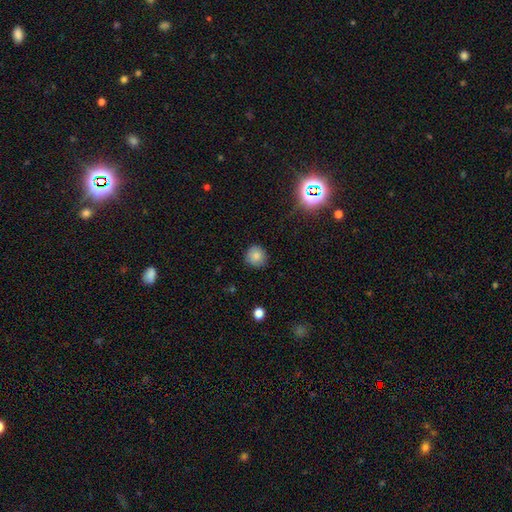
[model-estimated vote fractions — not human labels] A smooth galaxy with no disk features (81%) that is round (90%).

Vote fractions:
- Smooth or featured? smooth: 81% / star or artifact: 13% / featured or disk: 7%
- How rounded? round: 90% / in between: 9% / cigar-shaped: 1%
- Merging? none: 83% / minor disturbance: 13% / major disturbance: 3% / merger: 1%